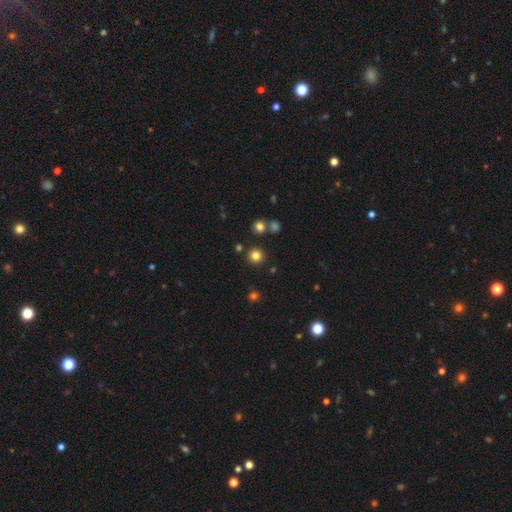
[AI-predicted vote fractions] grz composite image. It shows a smooth galaxy with no disk features (80%) that is round (94%). Merging: none (87%).